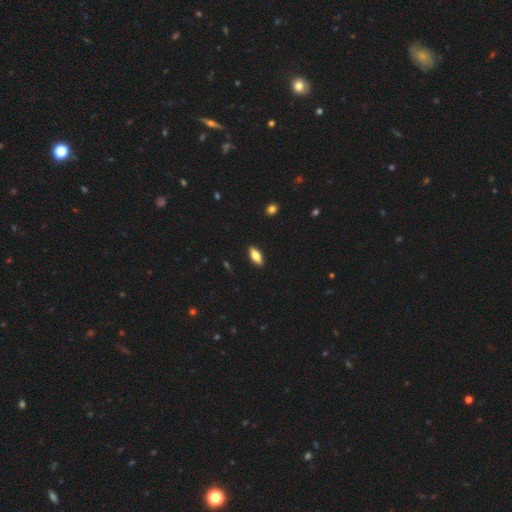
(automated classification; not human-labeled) This appears to be a smooth galaxy with no disk features (68%) that is in between round and cigar-shaped (73%). Merging: none (89%).